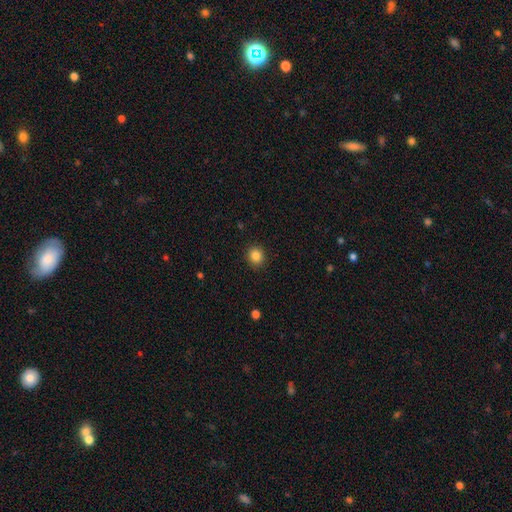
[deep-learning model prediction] Smooth or featured? smooth (85%)
How rounded? round (79%)
Merging? none (91%)